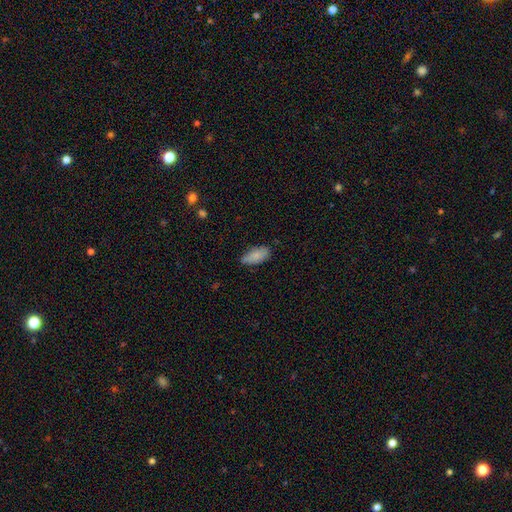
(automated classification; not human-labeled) Smooth or featured? smooth (85%)
How rounded? in between (87%)
Merging? none (72%)